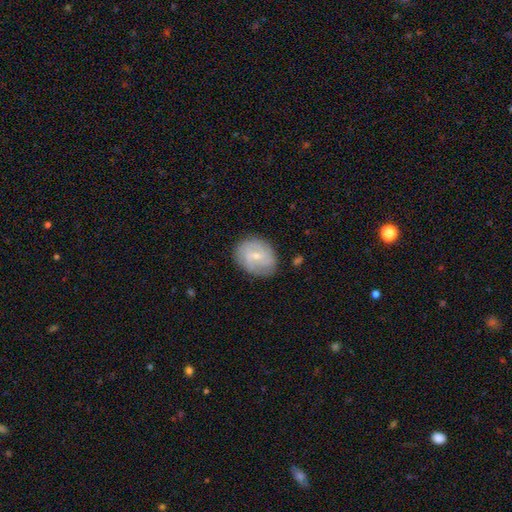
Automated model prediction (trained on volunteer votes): Q: Smooth or featured?
A: featured or disk (62%); runner-up: smooth (31%)
Q: Edge-on disk?
A: no (97%); runner-up: yes (3%)
Q: Bar?
A: weak (50%); runner-up: no (39%)
Q: Spiral arms?
A: yes (83%); runner-up: no (17%)
Q: Spiral winding?
A: medium (40%); runner-up: tight (39%)
Q: Spiral arm count?
A: 2 (49%); runner-up: can't tell (28%)
Q: Bulge size?
A: small (69%); runner-up: moderate (27%)
Q: Merging?
A: none (78%); runner-up: minor disturbance (16%)